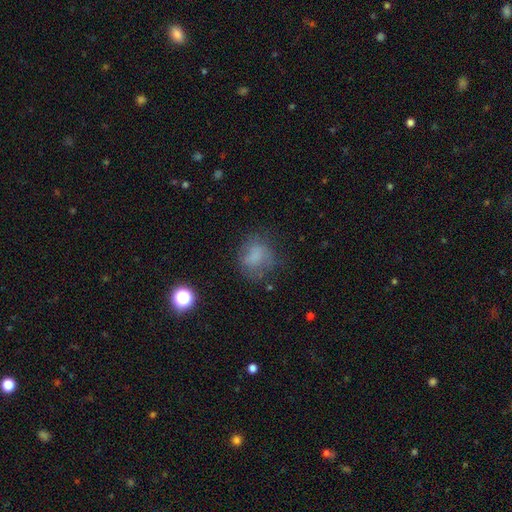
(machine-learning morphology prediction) A smooth galaxy with no disk features (65%) that is round (63%). Merging: none (56%).